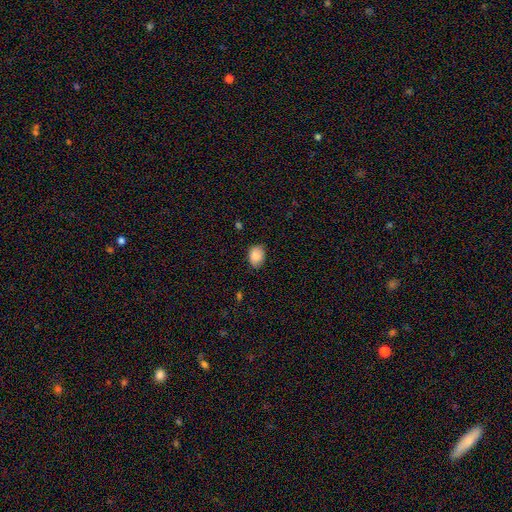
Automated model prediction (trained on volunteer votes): Smooth or featured? smooth (87%)
How rounded? in between (66%)
Merging? none (77%)